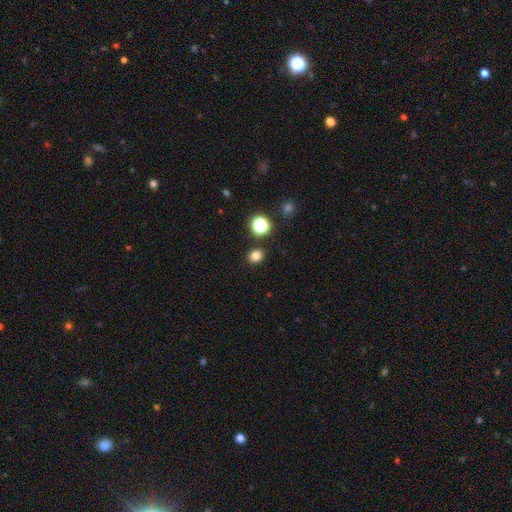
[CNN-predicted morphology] Overall: smooth (80%). How rounded: round (66%; in between 33%). Merging: none (87%).